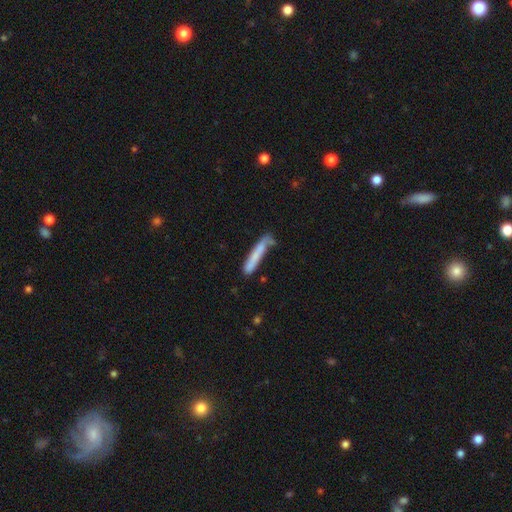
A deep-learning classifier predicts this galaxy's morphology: type=smooth (71%); roundness=cigar-shaped (94%); merging=none (63%).